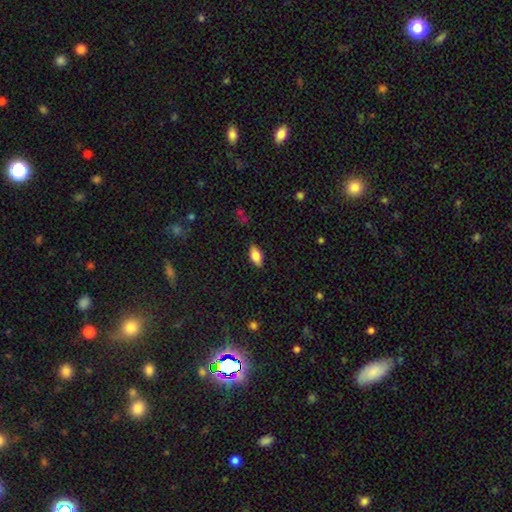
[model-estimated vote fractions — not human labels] Smooth or featured?
  - smooth: 80% *
  - featured or disk: 13%
  - star or artifact: 7%
How rounded?
  - in between: 89% *
  - cigar-shaped: 7%
  - round: 4%
Merging?
  - none: 85% *
  - minor disturbance: 12%
  - major disturbance: 2%
  - merger: 1%